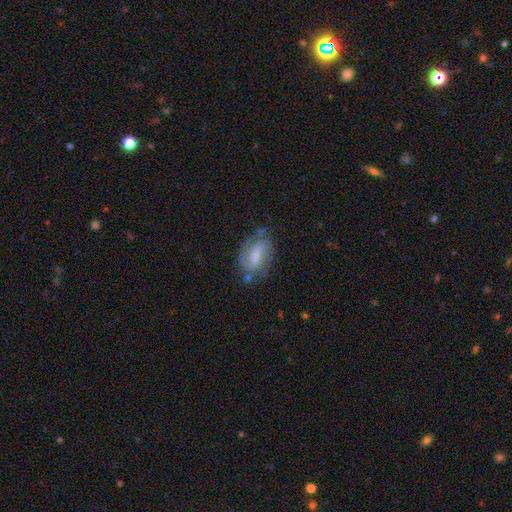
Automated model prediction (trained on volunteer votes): This appears to be a featured or disk galaxy (60%) with a weak bar (46%), spiral arms (82%) and a moderate central bulge (33%, tied with small). Merging: none (59%).